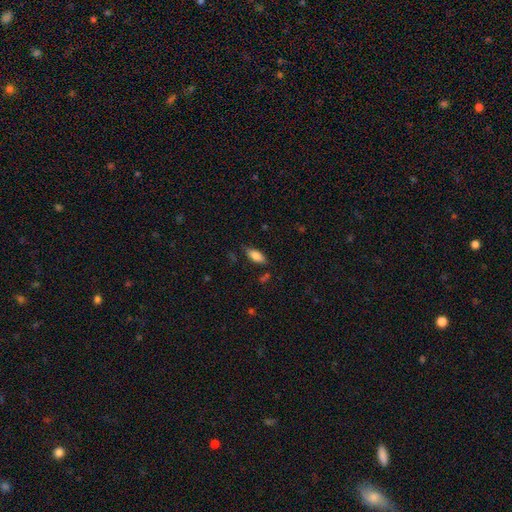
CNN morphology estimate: Smooth or featured? Predicted: smooth (p=0.80). How rounded? Predicted: in between (p=0.82). Merging? Predicted: none (p=0.76).